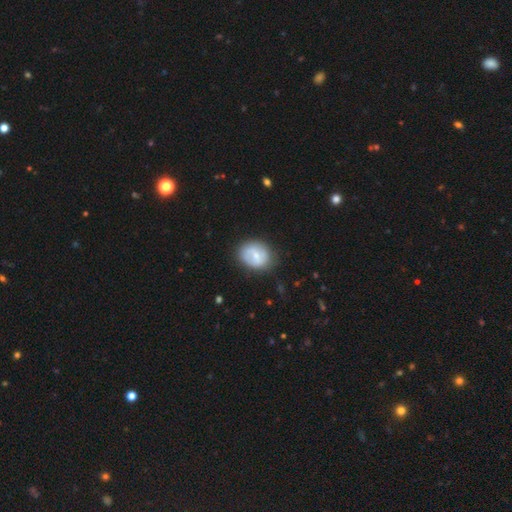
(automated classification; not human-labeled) Smooth or featured: smooth — 52% (featured or disk — 41%)
How rounded: round — 55% (in between — 44%)
Merging: none — 73% (minor disturbance — 19%)